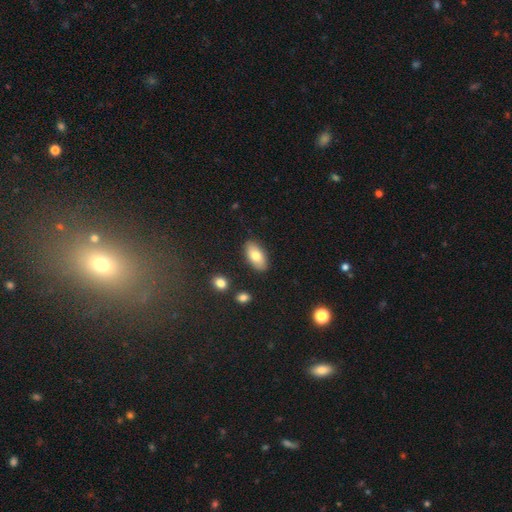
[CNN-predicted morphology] smooth 77%, featured or disk 16%, star or artifact 7%. Down the decision tree: how rounded — in between (92%); merging — none (86%).